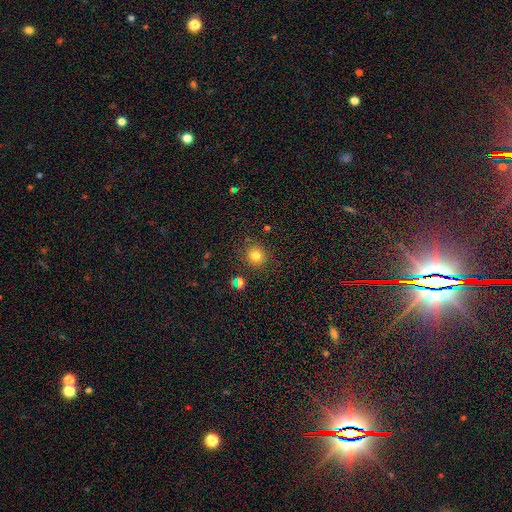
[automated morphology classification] smooth 78%, star or artifact 15%, featured or disk 7%. Down the decision tree: how rounded — round (89%); merging — none (86%).